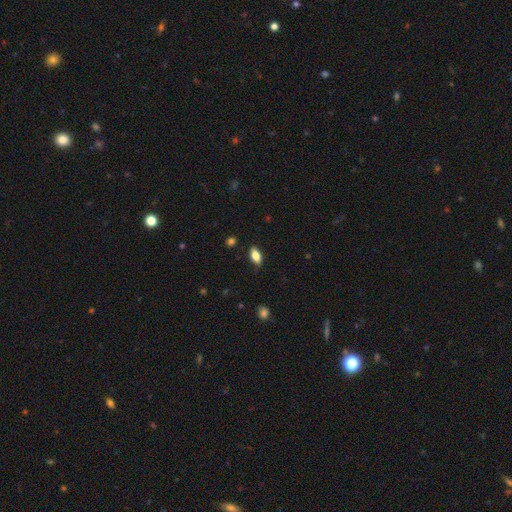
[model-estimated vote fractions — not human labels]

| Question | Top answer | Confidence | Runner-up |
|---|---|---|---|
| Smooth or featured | smooth | 76% | featured or disk (16%) |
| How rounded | in between | 85% | cigar-shaped (11%) |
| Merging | none | 77% | minor disturbance (18%) |